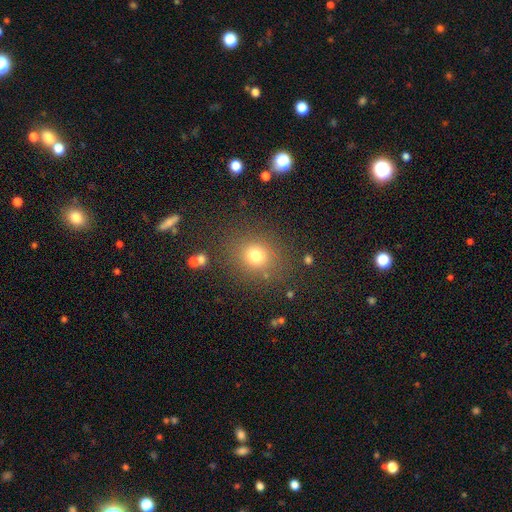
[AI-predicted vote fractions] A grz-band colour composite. It shows a smooth galaxy with no disk features (75%) that is round (80%). Merging: none (82%).